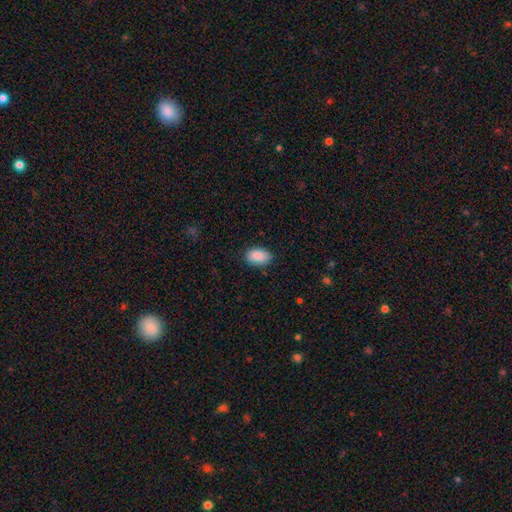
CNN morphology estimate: Q: Smooth or featured?
A: smooth (90%); runner-up: star or artifact (7%)
Q: How rounded?
A: in between (90%); runner-up: round (9%)
Q: Merging?
A: none (84%); runner-up: minor disturbance (13%)